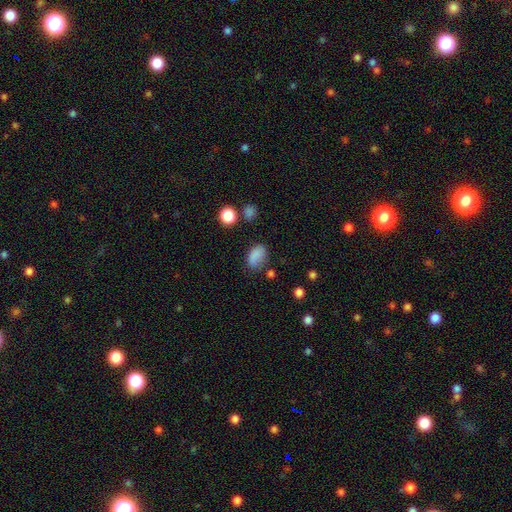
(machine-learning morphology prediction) Q: Smooth or featured?
A: smooth (83%); runner-up: star or artifact (12%)
Q: How rounded?
A: in between (86%); runner-up: round (12%)
Q: Merging?
A: none (65%); runner-up: minor disturbance (23%)